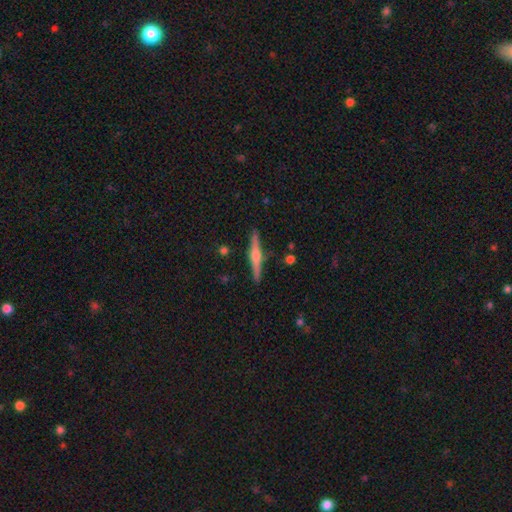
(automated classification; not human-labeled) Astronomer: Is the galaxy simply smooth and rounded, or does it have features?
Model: featured or disk — 74%.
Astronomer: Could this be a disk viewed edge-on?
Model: yes — 98%.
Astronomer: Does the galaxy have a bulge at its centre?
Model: rounded — 88%.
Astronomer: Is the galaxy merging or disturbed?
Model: none — 91%.